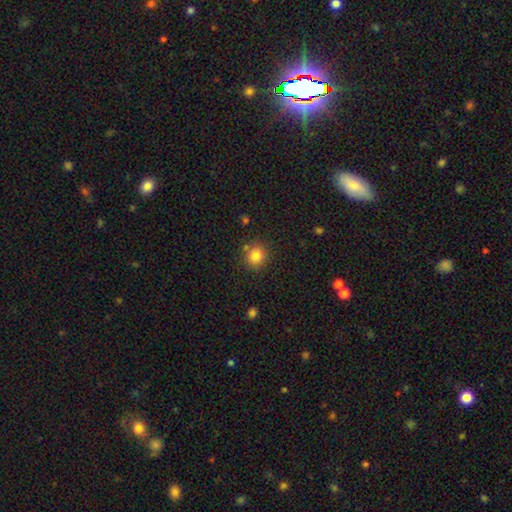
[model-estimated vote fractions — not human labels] A smooth galaxy with no disk features (82%) that is round (86%).

Vote fractions:
- Smooth or featured? smooth: 82% / star or artifact: 12% / featured or disk: 6%
- How rounded? round: 86% / in between: 13% / cigar-shaped: 1%
- Merging? none: 83% / minor disturbance: 9% / merger: 5% / major disturbance: 3%